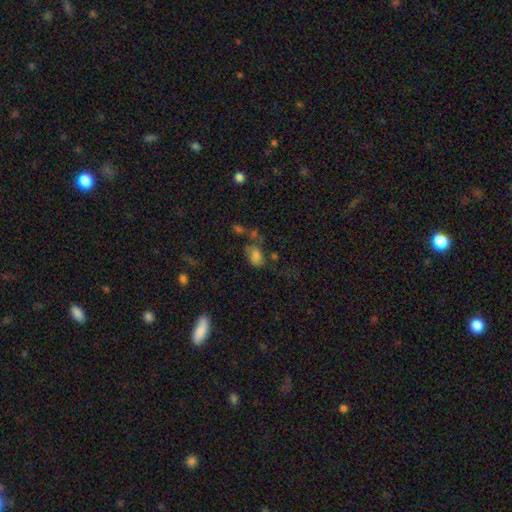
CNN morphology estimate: smooth_or_featured: smooth (p=0.70) [alt: star or artifact p=0.15]
how_rounded: in between (p=0.76) [alt: round p=0.22]
merging: none (p=0.32) [alt: major disturbance p=0.25]